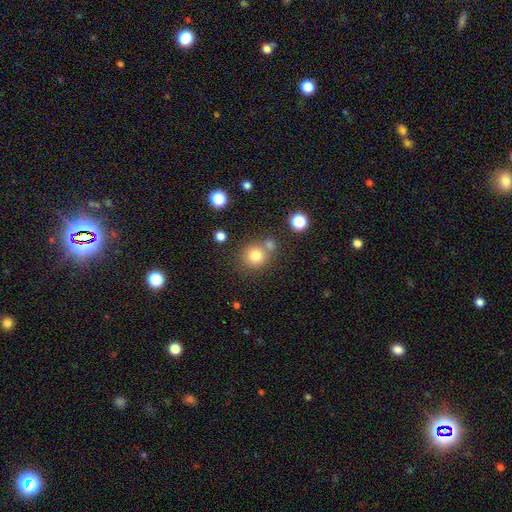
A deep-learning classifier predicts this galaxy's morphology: A smooth galaxy with no disk features (78%) that is round (87%).

Vote fractions:
- Smooth or featured? smooth: 78% / star or artifact: 13% / featured or disk: 9%
- How rounded? round: 87% / in between: 12% / cigar-shaped: 1%
- Merging? none: 64% / merger: 23% / minor disturbance: 10% / major disturbance: 4%